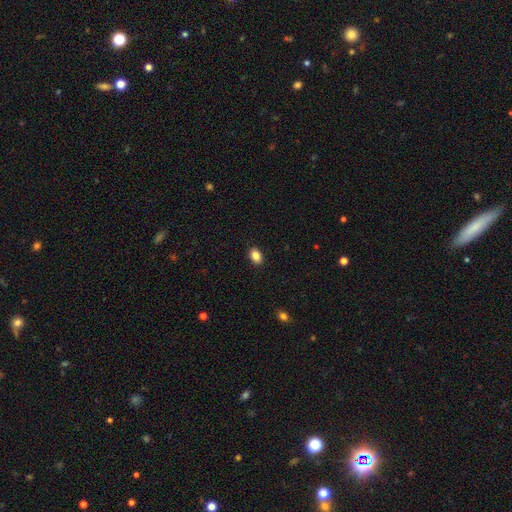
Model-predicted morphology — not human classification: This appears to be a smooth galaxy with no disk features (87%) that is in between round and cigar-shaped (84%). Merging: none (90%).